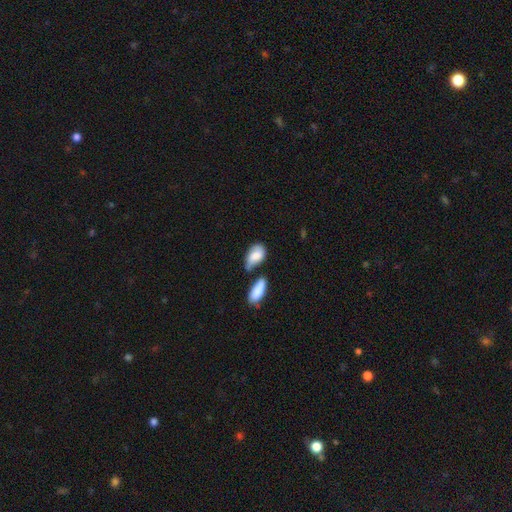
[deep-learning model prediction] Smooth or featured? Predicted: smooth (p=0.72). How rounded? Predicted: in between (p=0.88). Merging? Predicted: none (p=0.33).